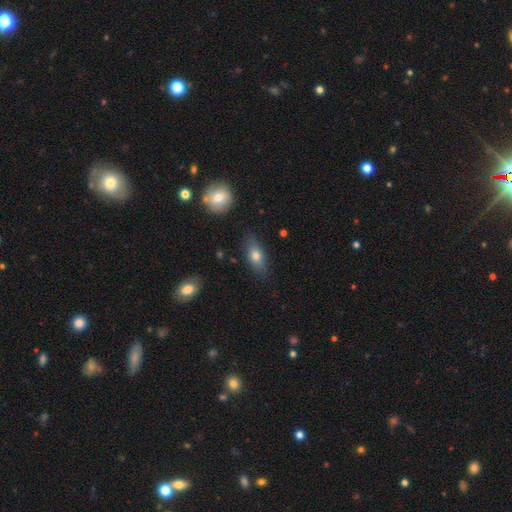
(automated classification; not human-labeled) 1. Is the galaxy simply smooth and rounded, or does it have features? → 72% smooth, 20% featured or disk, 8% star or artifact.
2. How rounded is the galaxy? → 78% in between, 15% cigar-shaped, 7% round.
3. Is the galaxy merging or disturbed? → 79% none, 16% minor disturbance, 3% major disturbance, 2% merger.